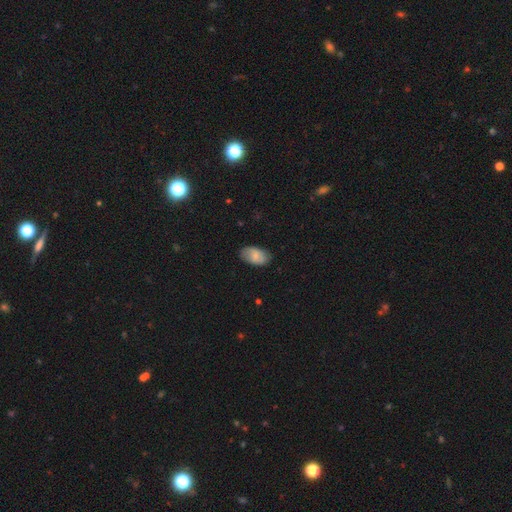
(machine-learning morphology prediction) This appears to be a smooth galaxy with no disk features (75%) that is in between round and cigar-shaped (94%). Merging: none (80%).